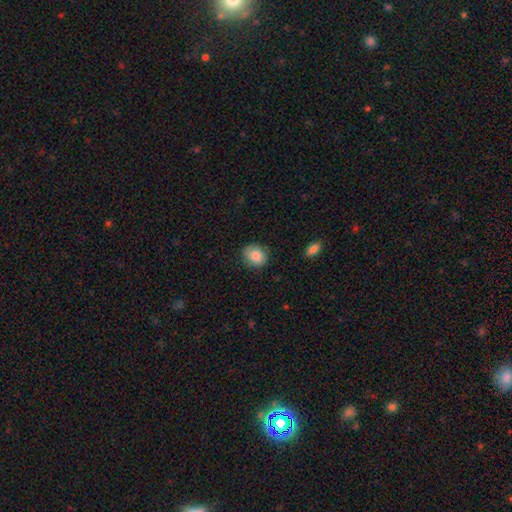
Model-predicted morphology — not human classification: Smooth or featured: smooth — 86% (star or artifact — 8%)
How rounded: round — 59% (in between — 40%)
Merging: none — 79% (minor disturbance — 16%)